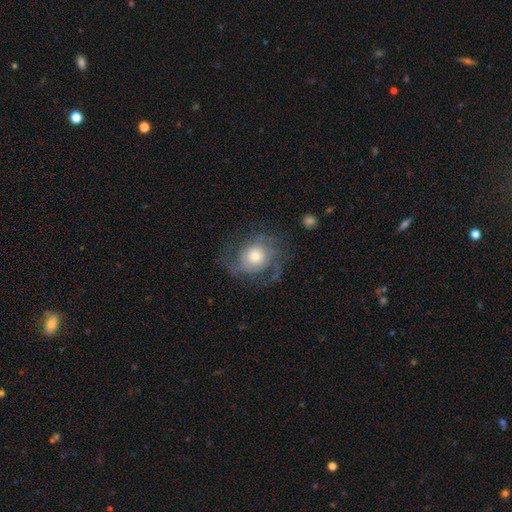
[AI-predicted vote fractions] Smooth or featured: featured or disk — 68% (smooth — 24%)
Edge-on disk: no — 97% (yes — 3%)
Bar: no — 81% (weak — 16%)
Spiral arms: yes — 84% (no — 16%)
Spiral winding: medium — 41% (tight — 38%)
Spiral arm count: 2 — 34% (can't tell — 29%)
Bulge size: moderate — 54% (small — 25%)
Merging: none — 63% (major disturbance — 18%)